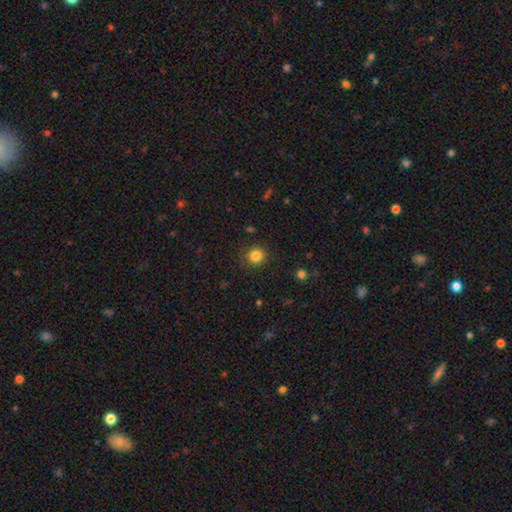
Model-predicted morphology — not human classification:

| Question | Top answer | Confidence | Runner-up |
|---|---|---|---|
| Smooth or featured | smooth | 84% | star or artifact (12%) |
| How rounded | round | 91% | in between (8%) |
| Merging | none | 89% | minor disturbance (7%) |